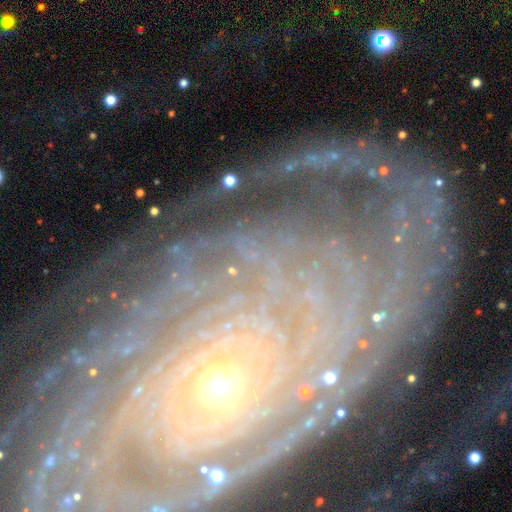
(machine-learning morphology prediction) Smooth or featured? Predicted: featured or disk (p=0.86). Edge-on disk? Predicted: no (p=0.96). Bar? Predicted: no (p=0.75). Spiral arms? Predicted: yes (p=0.94). Spiral winding? Predicted: tight (p=0.78). Spiral arm count? Predicted: can't tell (p=0.29). Bulge size? Predicted: small (p=0.57). Merging? Predicted: none (p=0.69).